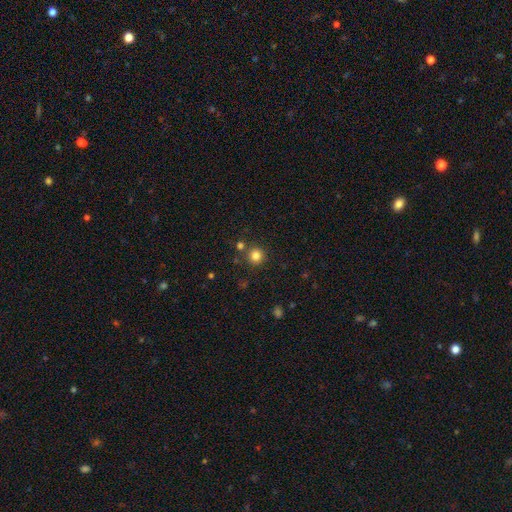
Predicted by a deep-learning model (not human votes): Smooth or featured? smooth (82%)
How rounded? round (94%)
Merging? none (84%)